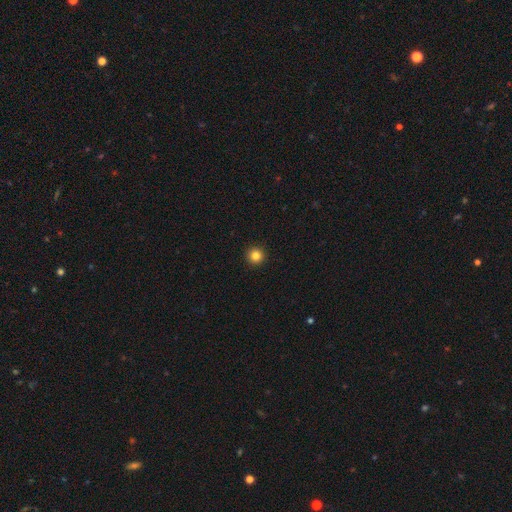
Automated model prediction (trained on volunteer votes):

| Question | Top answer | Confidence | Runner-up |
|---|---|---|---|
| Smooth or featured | smooth | 84% | star or artifact (12%) |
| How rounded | round | 96% | in between (3%) |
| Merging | none | 94% | minor disturbance (4%) |